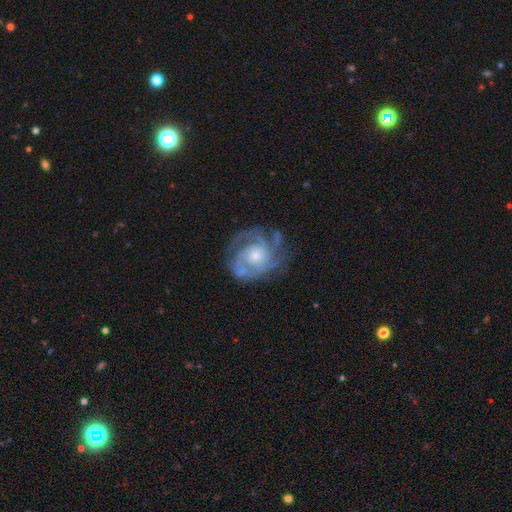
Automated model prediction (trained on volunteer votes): Morphology: type=featured or disk (88%); edge-on=no (98%); bar=no (77%); spiral arms=yes (96%); winding=tight (60%); arm count=3 (33%); bulge=moderate (49%); merging=none (68%).